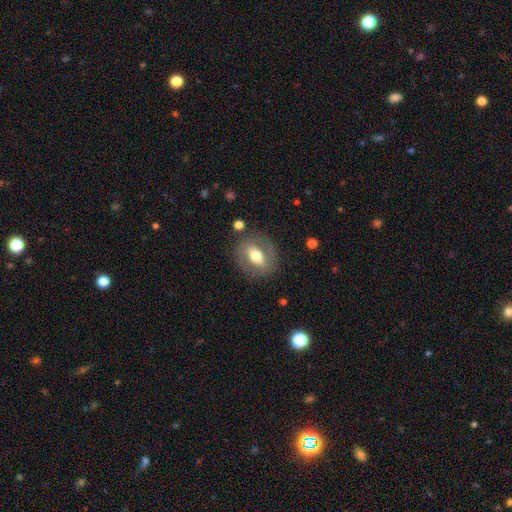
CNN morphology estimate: Smooth or featured? Predicted: smooth (p=0.47). Merging? Predicted: none (p=0.80).